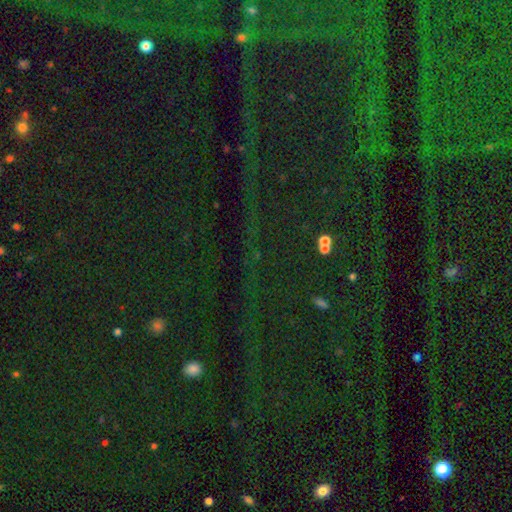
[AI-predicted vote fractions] Smooth or featured: star or artifact — 80% (smooth — 12%)